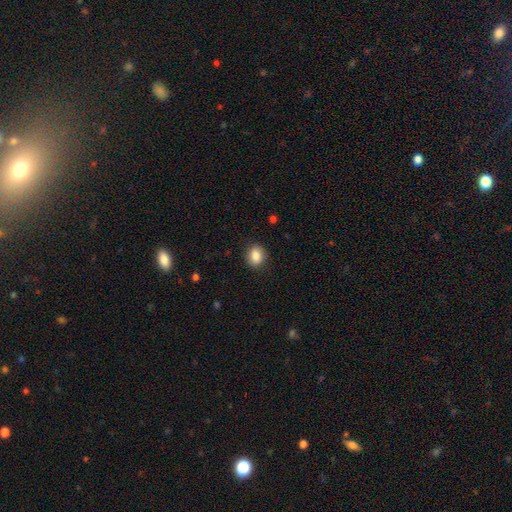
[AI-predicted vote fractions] A smooth galaxy with no disk features (86%) that is round (51%). Merging: none (88%).